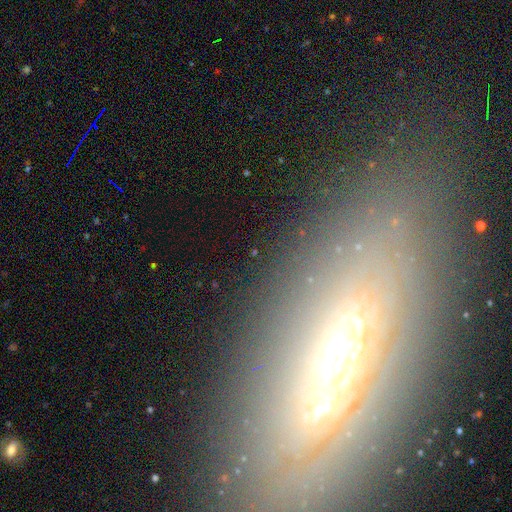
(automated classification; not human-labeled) Morphology: type=featured or disk (61%); edge-on=yes (50%, tied with no); merging=none (79%).